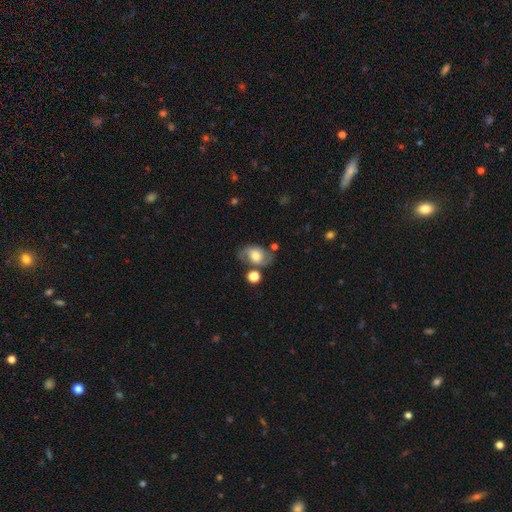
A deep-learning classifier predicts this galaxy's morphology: Smooth or featured?
  - featured or disk: 47% *
  - smooth: 44%
  - star or artifact: 9%
Merging?
  - none: 63% *
  - minor disturbance: 19%
  - merger: 9%
  - major disturbance: 9%